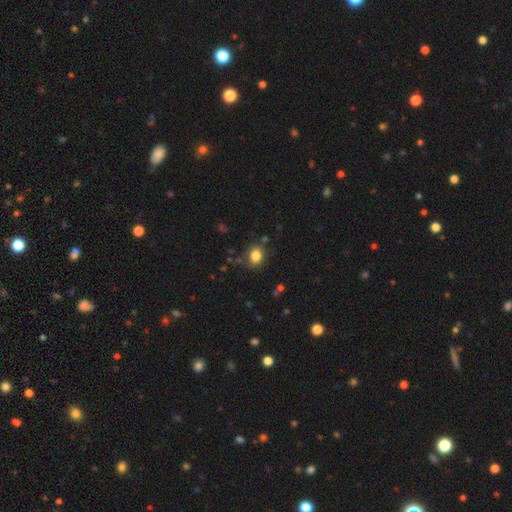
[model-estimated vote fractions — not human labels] This appears to be a smooth galaxy with no disk features (83%) that is round (54%). Merging: none (79%).